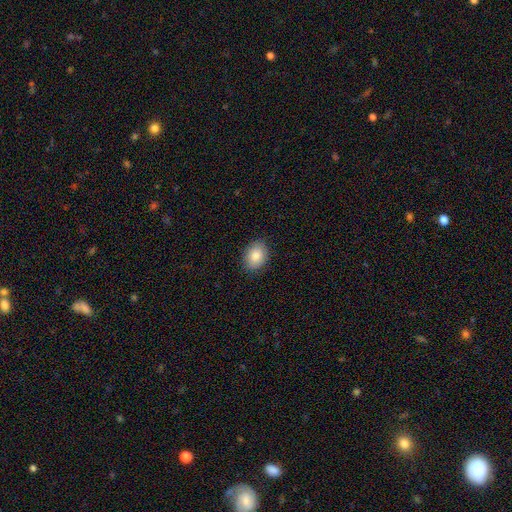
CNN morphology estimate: smooth-or-featured: smooth: 85% | featured or disk: 8% | star or artifact: 7%
  how-rounded: in between: 70% | round: 29% | cigar-shaped: 1%
  merging: none: 88% | minor disturbance: 9% | major disturbance: 2% | merger: 1%